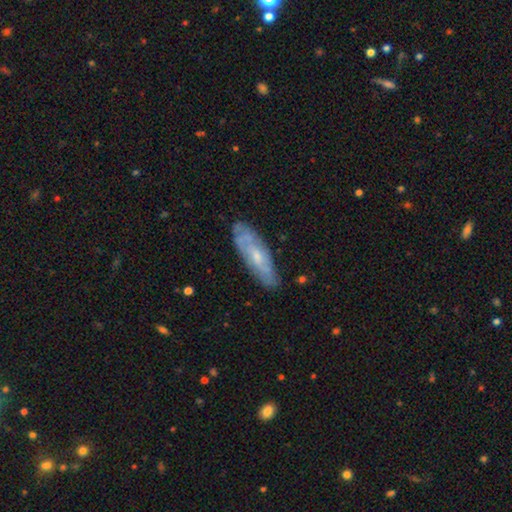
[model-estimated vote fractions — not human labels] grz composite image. It shows a featured or disk galaxy (60%). Merging: none (78%).